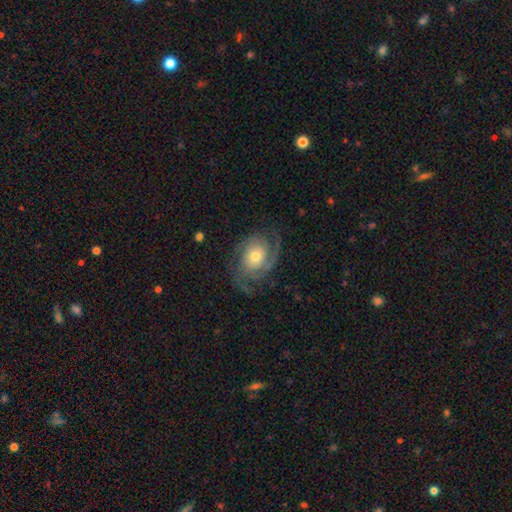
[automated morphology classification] This appears to be a featured or disk galaxy (85%) with no bar (75%), 2 (49%) tight (49%) spiral arms (96%) and a moderate central bulge (65%). Merging: none (73%).